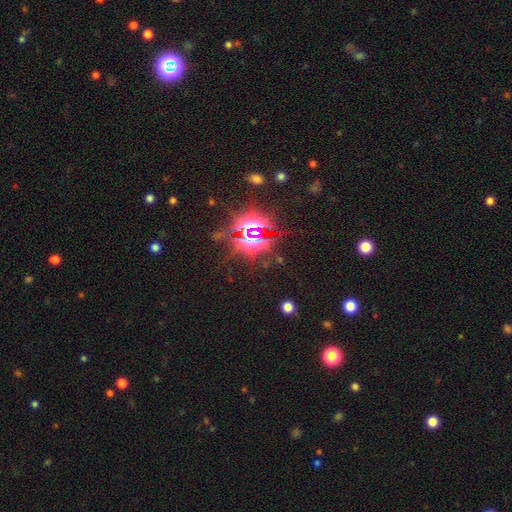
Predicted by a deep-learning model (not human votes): A star or artifact, not a galaxy (85%).

Vote fractions:
- Smooth or featured? star or artifact: 85% / smooth: 8% / featured or disk: 6%